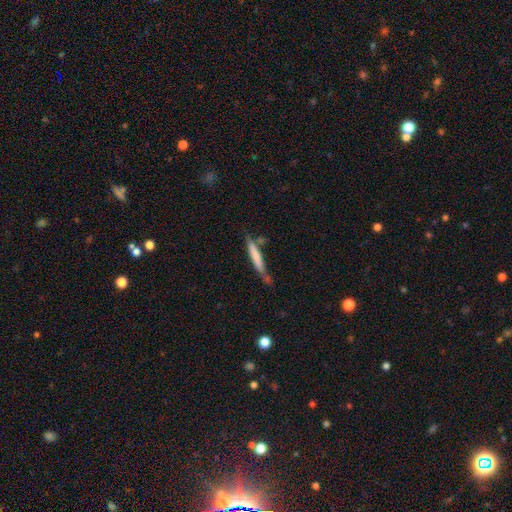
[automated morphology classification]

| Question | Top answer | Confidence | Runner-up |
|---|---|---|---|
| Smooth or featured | smooth | 63% | featured or disk (32%) |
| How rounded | cigar-shaped | 94% | in between (5%) |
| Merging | none | 57% | minor disturbance (23%) |